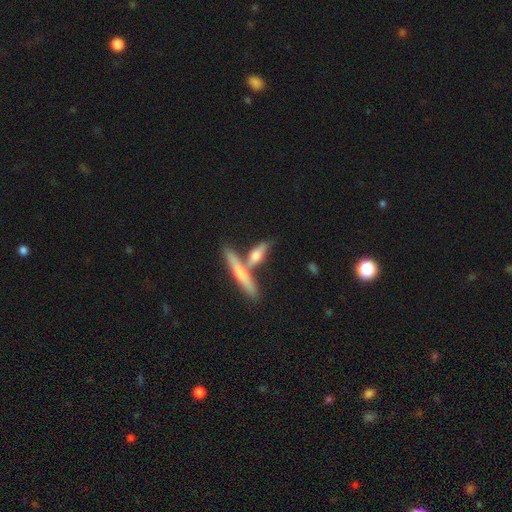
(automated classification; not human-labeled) Overall: smooth (53%; featured or disk 40%). How rounded: cigar-shaped (73%). Merging: none (52%; merger 32%).